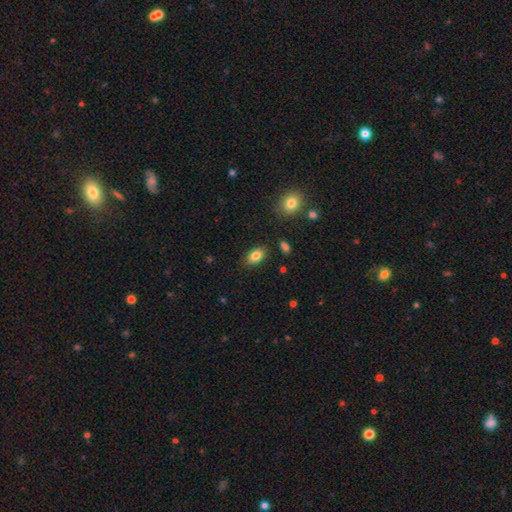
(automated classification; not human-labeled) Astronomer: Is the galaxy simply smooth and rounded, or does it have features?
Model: smooth — 84%.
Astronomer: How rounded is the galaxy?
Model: in between — 90%.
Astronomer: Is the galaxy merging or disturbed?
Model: none — 85%.